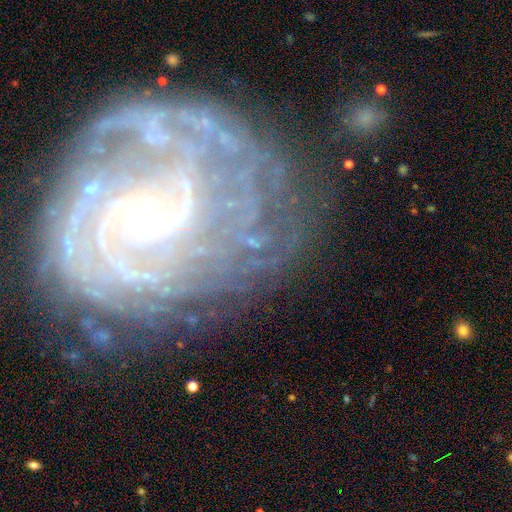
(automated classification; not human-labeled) smooth-or-featured: featured or disk: 87% | star or artifact: 8% | smooth: 5%
  disk-edge-on: no: 97% | yes: 3%
    bar: no: 66% | weak: 23% | strong: 11%
    has-spiral-arms: yes: 97% | no: 3%
      spiral-winding: tight: 68% | medium: 26% | loose: 7%
      spiral-arm-count: can't tell: 25% | 2: 23% | more than 4: 15% | 3: 15% | 4: 13% | 1: 9%
    bulge-size: small: 76% | moderate: 19% | none: 2% | large: 2% | dominant: 1%
  merging: none: 71% | minor disturbance: 17% | major disturbance: 10% | merger: 3%